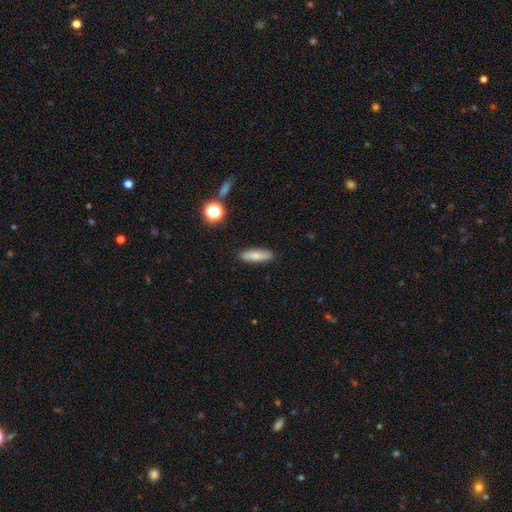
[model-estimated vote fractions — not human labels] Smooth or featured: smooth — 76% (featured or disk — 16%)
How rounded: cigar-shaped — 58% (in between — 39%)
Merging: none — 88% (minor disturbance — 8%)